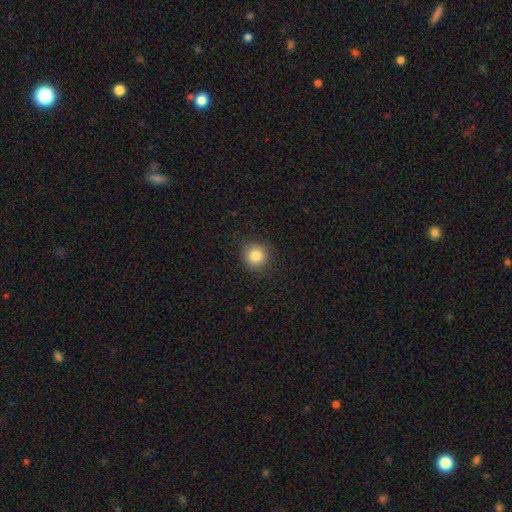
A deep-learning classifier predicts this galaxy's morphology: This is clearly a smooth galaxy (83%). How rounded: clearly round (92%). Merging: clearly none (89%).